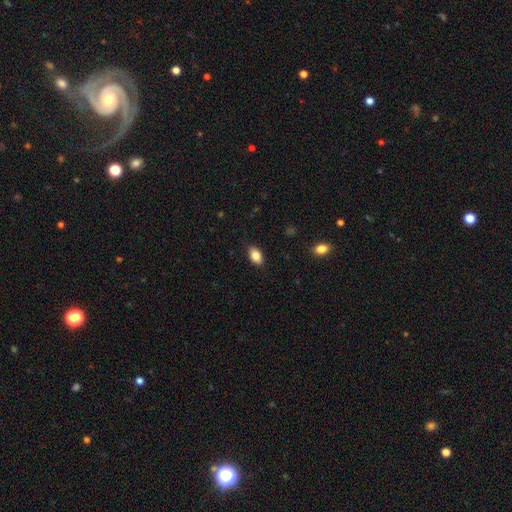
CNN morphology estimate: smooth 85%, star or artifact 8%, featured or disk 7%. Down the decision tree: how rounded — in between (91%); merging — none (87%).